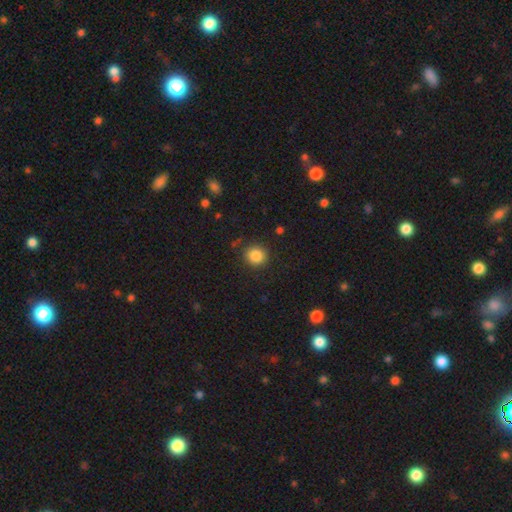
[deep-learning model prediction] Q: Smooth or featured?
A: smooth (86%); runner-up: star or artifact (10%)
Q: How rounded?
A: round (90%); runner-up: in between (9%)
Q: Merging?
A: none (87%); runner-up: minor disturbance (8%)